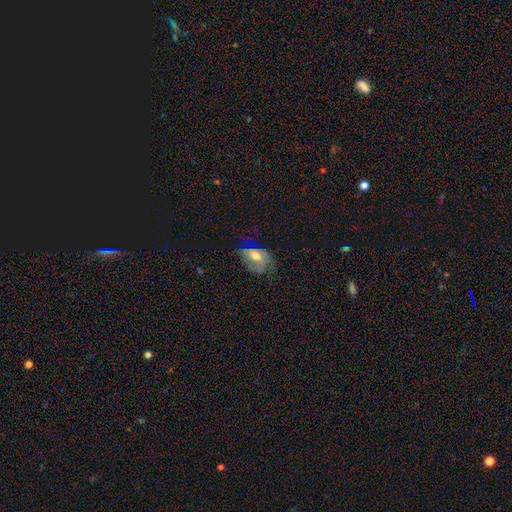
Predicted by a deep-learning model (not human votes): Overall: featured or disk (50%; smooth 36%). Edge-on disk: no (93%). Merging: none (47%; minor disturbance 27%).